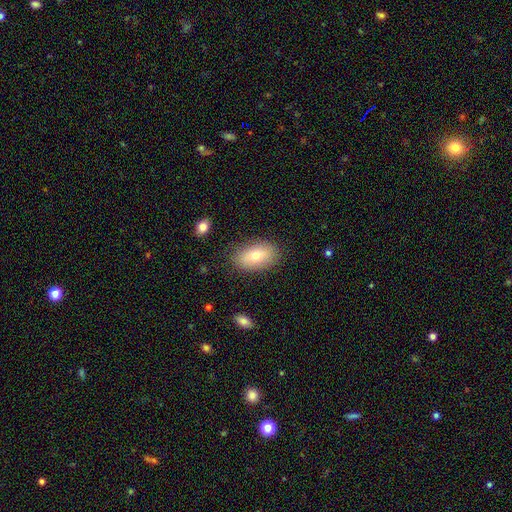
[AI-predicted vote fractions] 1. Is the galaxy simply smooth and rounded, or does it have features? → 72% smooth, 20% featured or disk, 8% star or artifact.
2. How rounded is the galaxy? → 90% in between, 8% round, 2% cigar-shaped.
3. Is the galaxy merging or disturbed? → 84% none, 12% minor disturbance, 3% major disturbance, 1% merger.